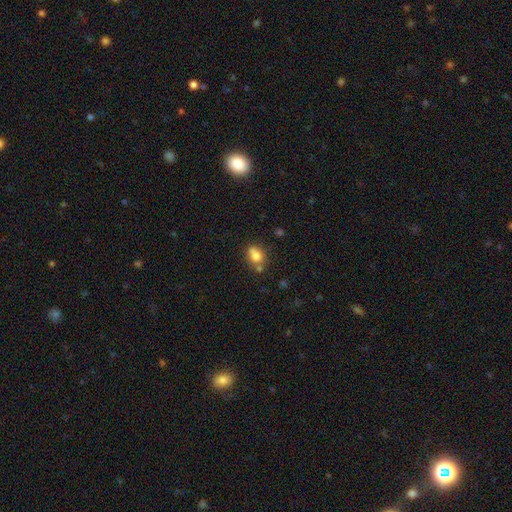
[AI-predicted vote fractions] smooth_or_featured: smooth (p=0.74) [alt: featured or disk p=0.15]
how_rounded: round (p=0.52) [alt: in between p=0.46]
merging: none (p=0.49) [alt: merger p=0.28]